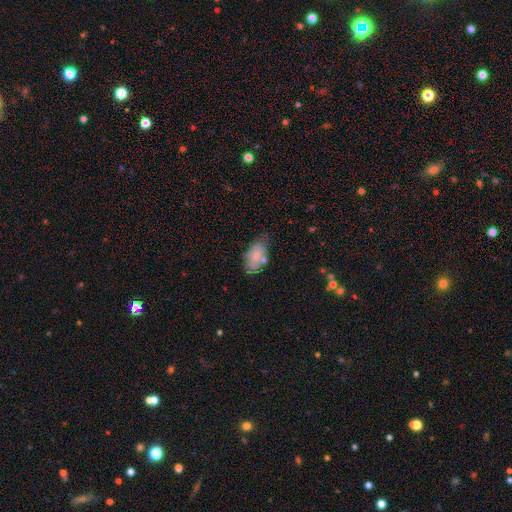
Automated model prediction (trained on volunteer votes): Morphology: type=smooth (72%); roundness=in between (92%); merging=none (55%).